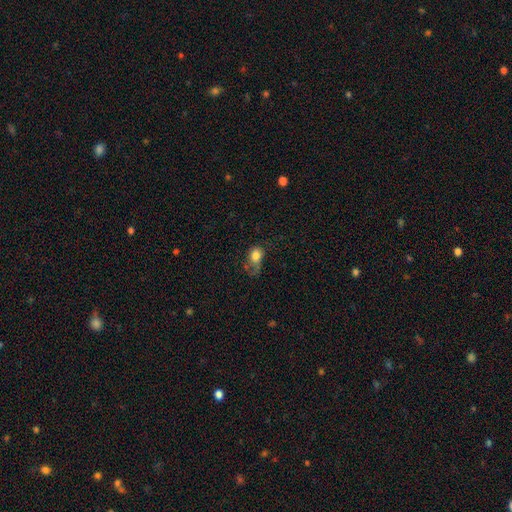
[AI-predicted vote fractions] smooth-or-featured: smooth: 77% | featured or disk: 14% | star or artifact: 9%
  how-rounded: in between: 63% | round: 35% | cigar-shaped: 2%
  merging: major disturbance: 37% | none: 30% | minor disturbance: 30% | merger: 3%